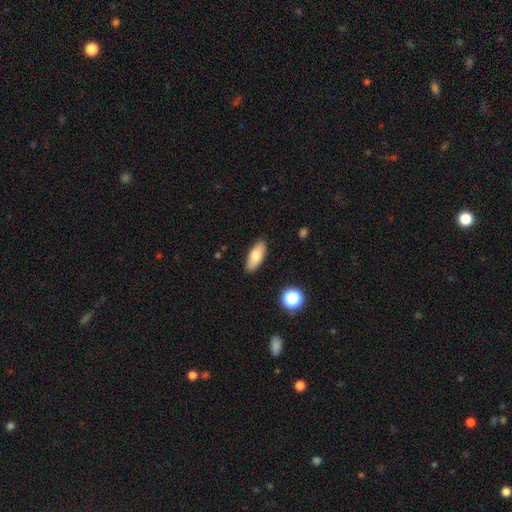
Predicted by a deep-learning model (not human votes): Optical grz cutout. It shows a smooth galaxy with no disk features (76%) that is in between round and cigar-shaped (78%). Merging: none (88%).